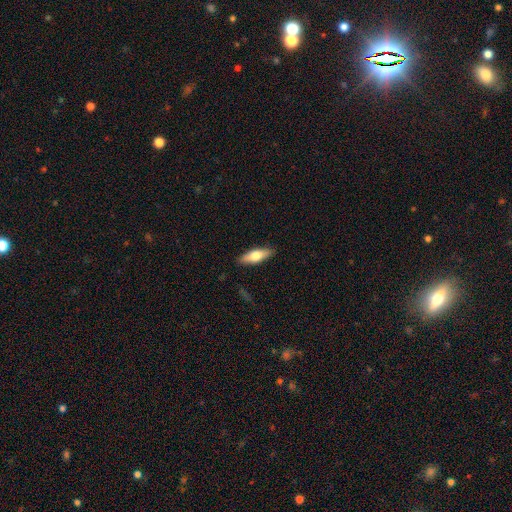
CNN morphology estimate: Smooth or featured? smooth (64%)
How rounded? in between (55%)
Merging? none (88%)